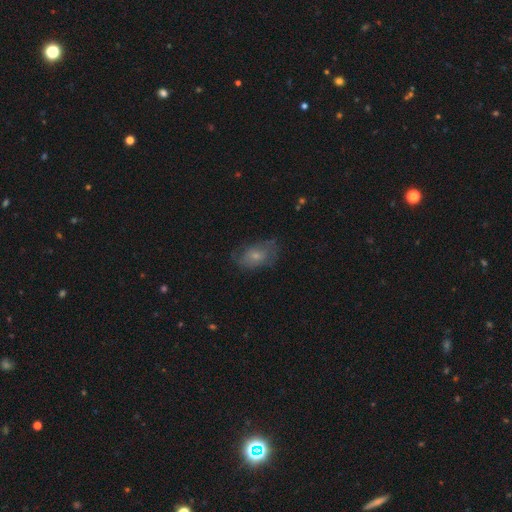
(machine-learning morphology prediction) smooth_or_featured: smooth (p=0.55) [alt: featured or disk p=0.35]
how_rounded: in between (p=0.86) [alt: round p=0.12]
merging: none (p=0.60) [alt: minor disturbance p=0.26]